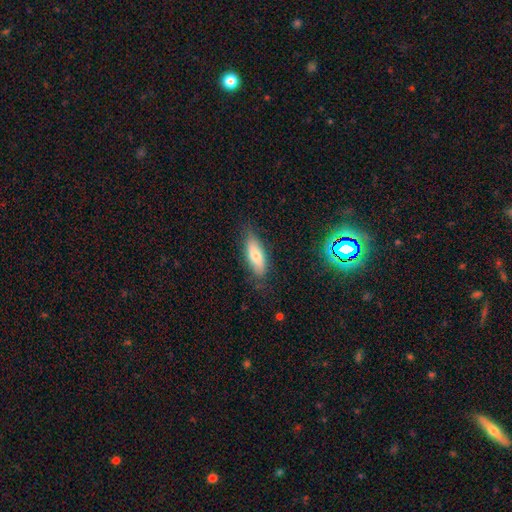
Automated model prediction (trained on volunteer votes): Smooth or featured? smooth (68%)
How rounded? in between (67%)
Merging? none (77%)